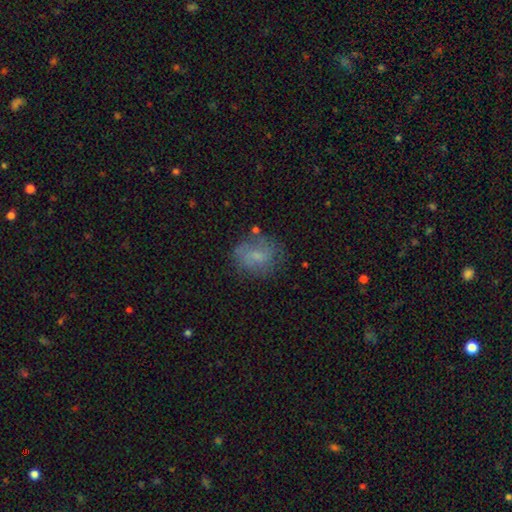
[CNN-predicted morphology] Smooth or featured?
  - smooth: 57% *
  - featured or disk: 33%
  - star or artifact: 10%
How rounded?
  - round: 56% *
  - in between: 42%
  - cigar-shaped: 1%
Merging?
  - none: 64% *
  - minor disturbance: 22%
  - major disturbance: 10%
  - merger: 4%